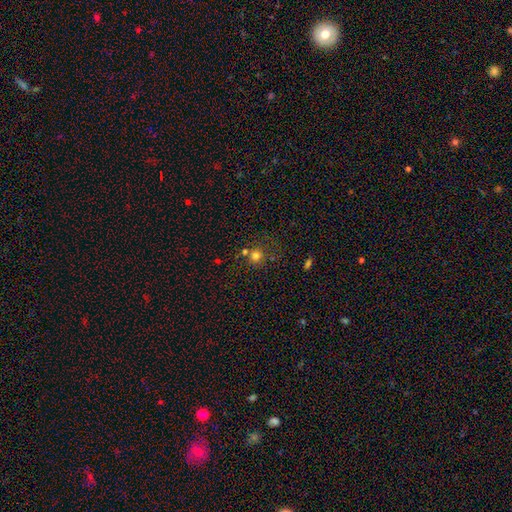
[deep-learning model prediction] A smooth galaxy with no disk features (74%) that is round (90%). Merging: none (62%).